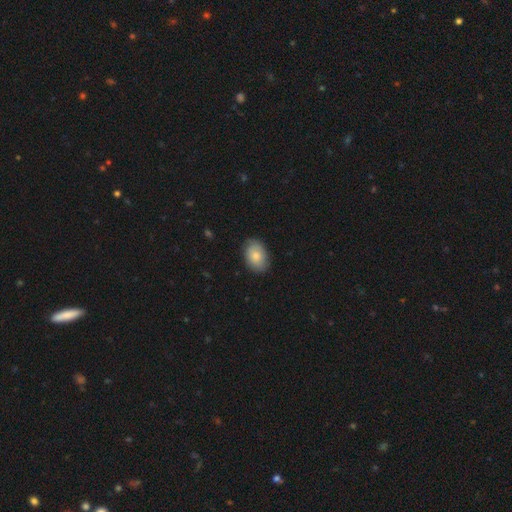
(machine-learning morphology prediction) Smooth or featured? Predicted: smooth (p=0.80). How rounded? Predicted: in between (p=0.85). Merging? Predicted: none (p=0.83).